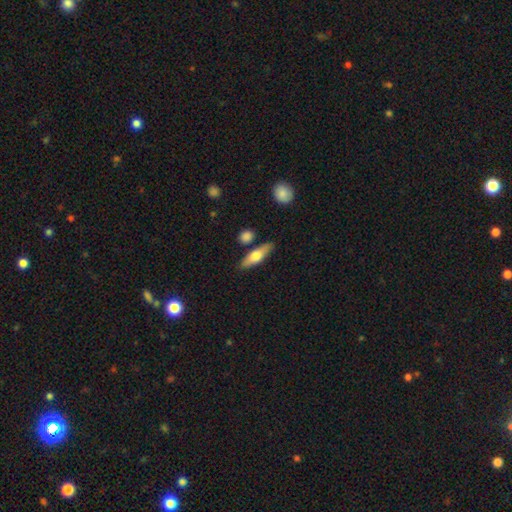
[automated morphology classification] type=smooth (57%); roundness=cigar-shaped (55%); merging=none (81%).